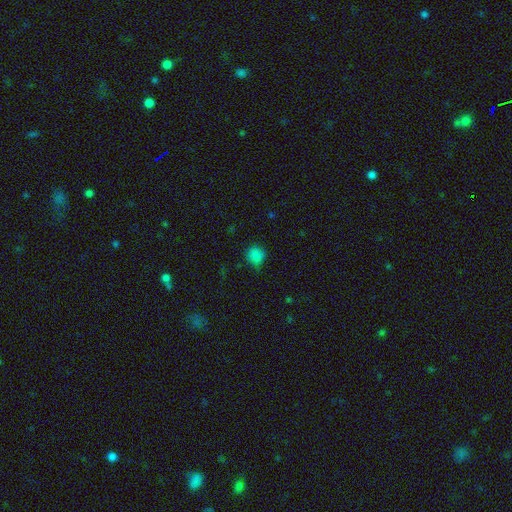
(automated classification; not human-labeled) smooth-or-featured: smooth: 82% | star or artifact: 14% | featured or disk: 4%
  how-rounded: round: 82% | in between: 17% | cigar-shaped: 1%
  merging: none: 70% | minor disturbance: 23% | major disturbance: 5% | merger: 2%